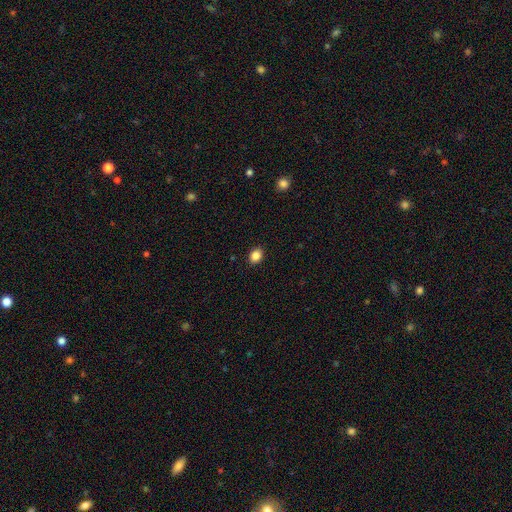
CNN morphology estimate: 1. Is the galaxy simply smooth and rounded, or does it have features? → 86% smooth, 10% star or artifact, 4% featured or disk.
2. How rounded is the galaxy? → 58% in between, 41% round, 1% cigar-shaped.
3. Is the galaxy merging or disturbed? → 90% none, 7% minor disturbance, 2% major disturbance, 1% merger.